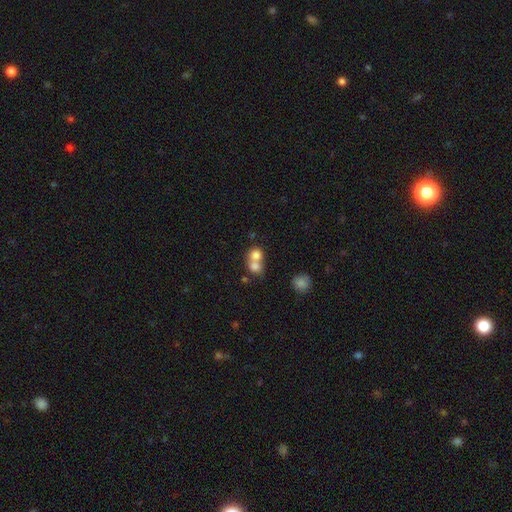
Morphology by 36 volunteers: smooth_or_featured: smooth (p=0.75) [alt: featured or disk p=0.22]
how_rounded: round (p=0.78) [alt: in between p=0.19]
merging: merger (p=0.86) [alt: none p=0.14]